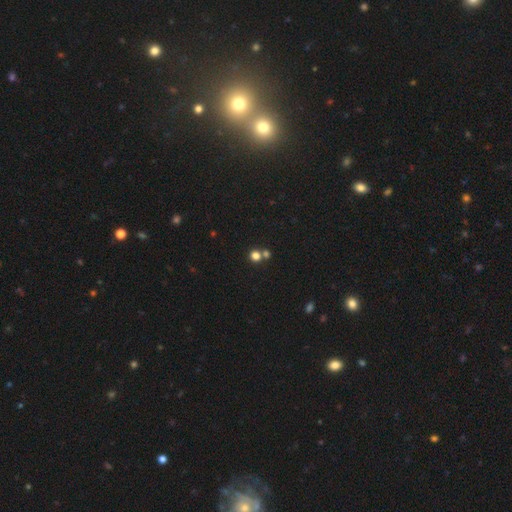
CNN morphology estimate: Smooth or featured? Predicted: smooth (p=0.79). How rounded? Predicted: round (p=0.88). Merging? Predicted: none (p=0.60).